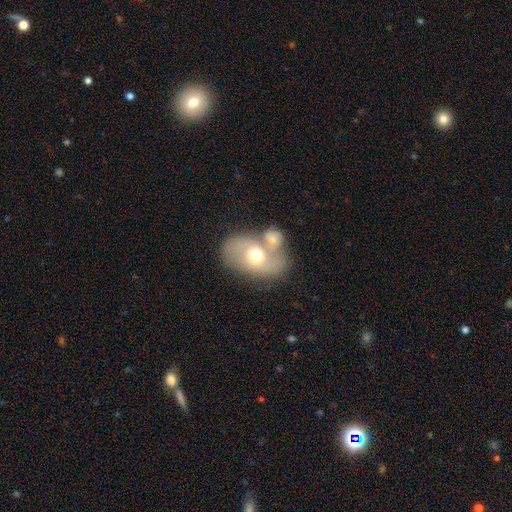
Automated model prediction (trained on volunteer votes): Q: Smooth or featured?
A: smooth (46%); tied with: featured or disk (46%)
Q: Merging?
A: merger (41%); runner-up: none (37%)